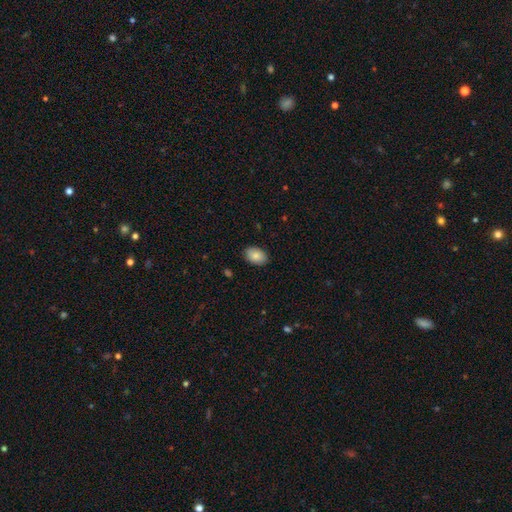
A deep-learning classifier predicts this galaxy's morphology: smooth-or-featured: smooth: 86% | star or artifact: 7% | featured or disk: 7%
  how-rounded: in between: 88% | round: 11% | cigar-shaped: 1%
  merging: none: 88% | minor disturbance: 9% | major disturbance: 2% | merger: 1%